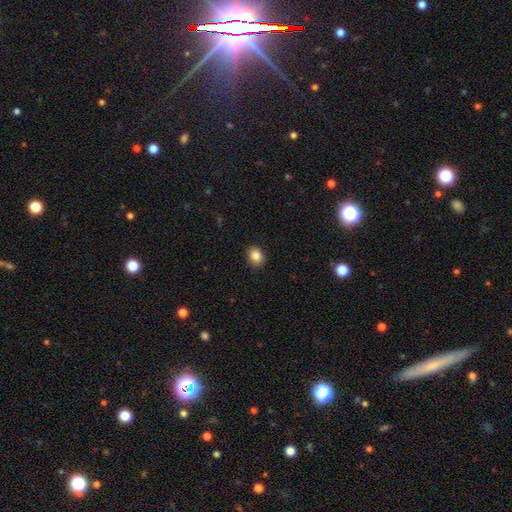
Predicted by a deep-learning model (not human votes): smooth 86%, star or artifact 9%, featured or disk 5%. Down the decision tree: how rounded — in between (61%); merging — none (88%).